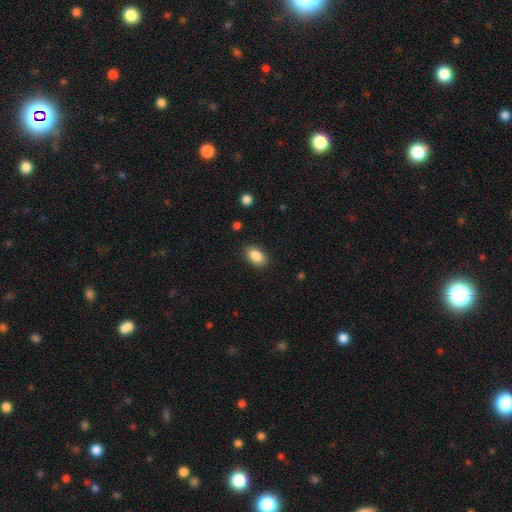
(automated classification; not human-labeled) Q: Smooth or featured?
A: smooth (87%); runner-up: star or artifact (8%)
Q: How rounded?
A: in between (89%); runner-up: round (9%)
Q: Merging?
A: none (88%); runner-up: minor disturbance (9%)